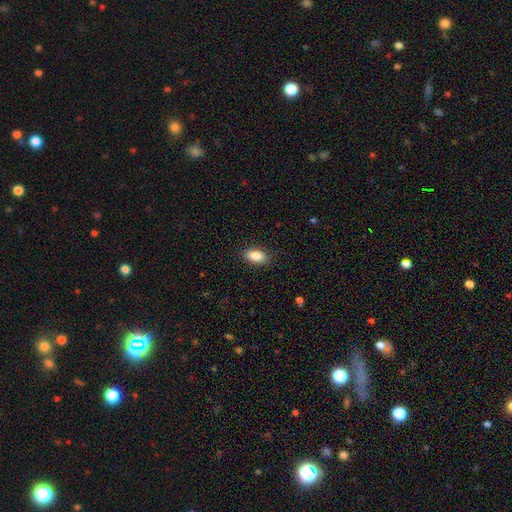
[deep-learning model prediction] Smooth or featured? smooth (87%)
How rounded? in between (90%)
Merging? none (88%)